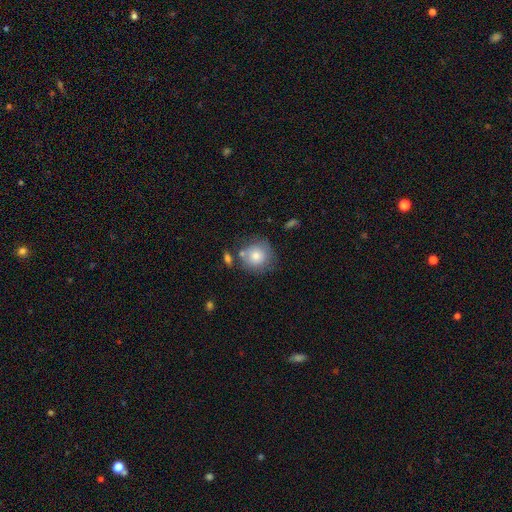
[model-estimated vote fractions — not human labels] Smooth or featured? Predicted: smooth (p=0.78). How rounded? Predicted: round (p=0.91). Merging? Predicted: none (p=0.68).